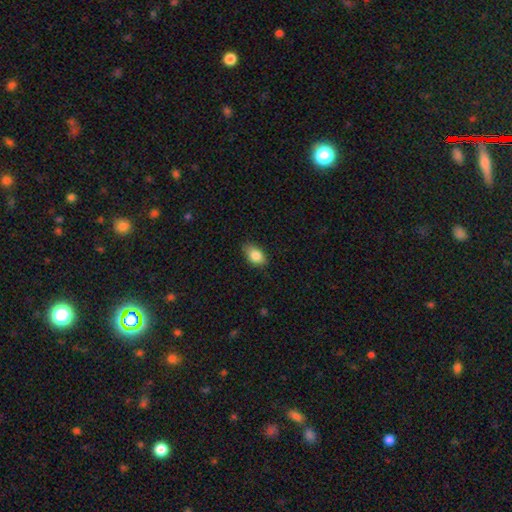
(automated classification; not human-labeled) This appears to be a smooth galaxy with no disk features (84%) that is in between round and cigar-shaped (87%). Merging: none (78%).